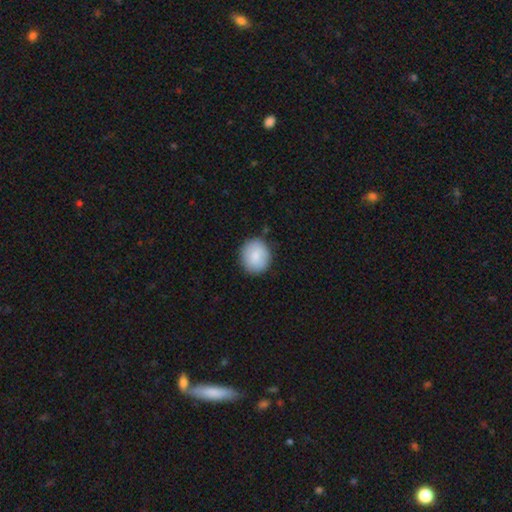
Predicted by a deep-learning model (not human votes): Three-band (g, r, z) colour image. It shows a smooth galaxy with no disk features (84%) that is round (78%). Merging: none (85%).